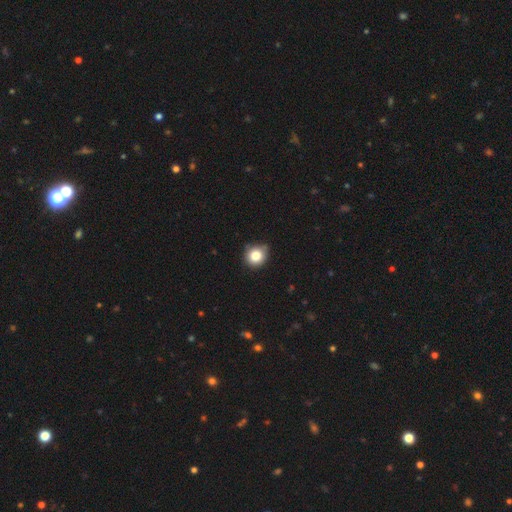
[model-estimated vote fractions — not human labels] smooth-or-featured: smooth: 82% | star or artifact: 11% | featured or disk: 7%
  how-rounded: round: 87% | in between: 12% | cigar-shaped: 1%
  merging: none: 77% | minor disturbance: 19% | major disturbance: 3% | merger: 2%